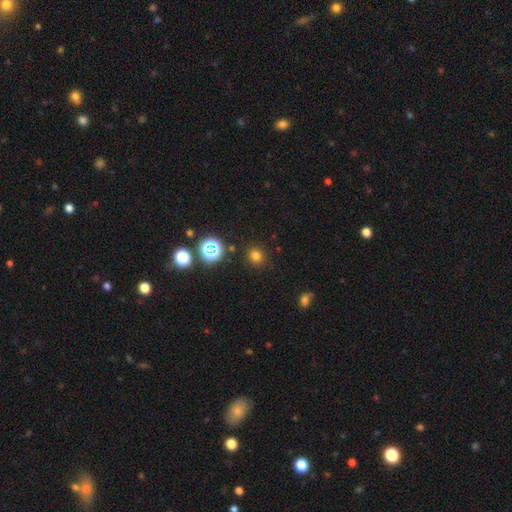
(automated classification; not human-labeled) A smooth galaxy with no disk features (74%) that is round (83%).

Vote fractions:
- Smooth or featured? smooth: 74% / star or artifact: 21% / featured or disk: 5%
- How rounded? round: 83% / in between: 16% / cigar-shaped: 1%
- Merging? none: 87% / minor disturbance: 8% / major disturbance: 3% / merger: 2%